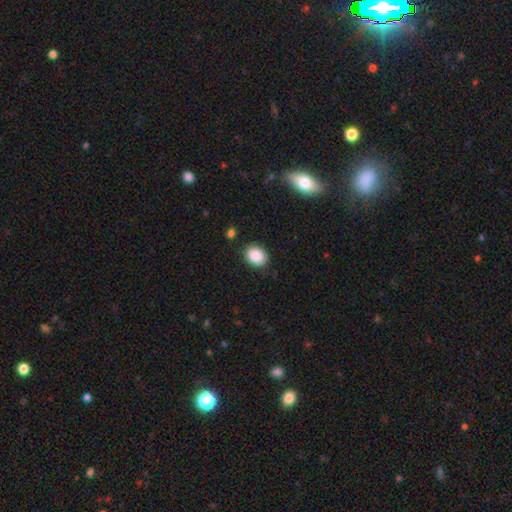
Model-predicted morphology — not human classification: A smooth galaxy with no disk features (87%) that is in between round and cigar-shaped (60%).

Vote fractions:
- Smooth or featured? smooth: 87% / star or artifact: 8% / featured or disk: 5%
- How rounded? in between: 60% / round: 39% / cigar-shaped: 1%
- Merging? none: 87% / minor disturbance: 9% / major disturbance: 2% / merger: 2%